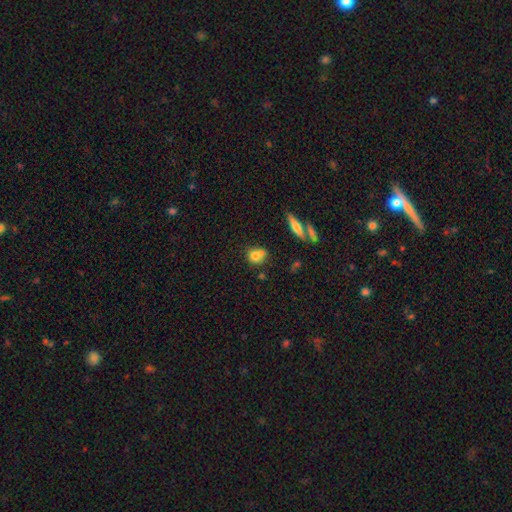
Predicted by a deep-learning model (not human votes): Morphology: type=smooth (74%); roundness=round (68%); merging=none (46%).